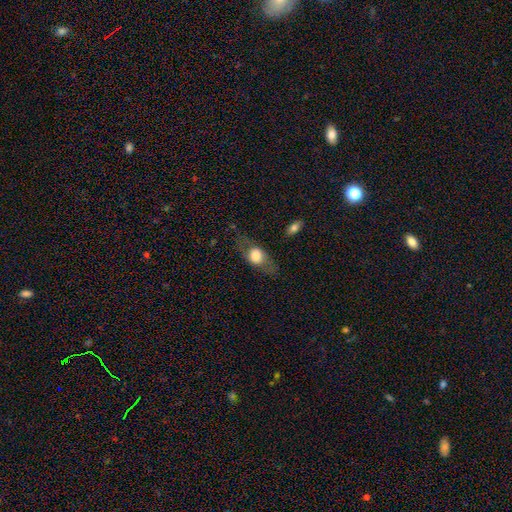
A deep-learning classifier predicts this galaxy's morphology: Smooth or featured? Predicted: smooth (p=0.54). How rounded? Predicted: in between (p=0.59). Merging? Predicted: none (p=0.68).